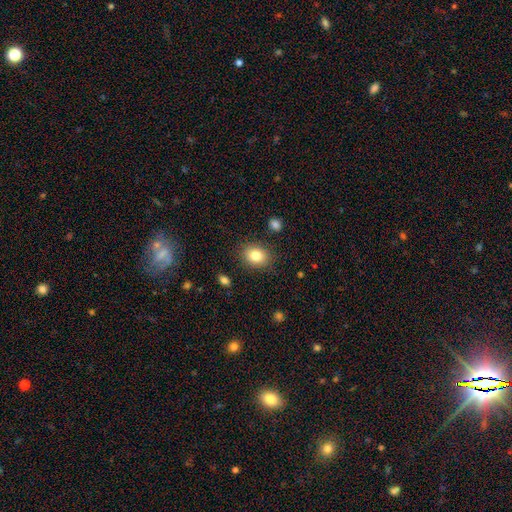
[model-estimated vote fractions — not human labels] smooth-or-featured: smooth: 82% | star or artifact: 9% | featured or disk: 9%
  how-rounded: in between: 51% | round: 48% | cigar-shaped: 1%
  merging: none: 86% | minor disturbance: 9% | major disturbance: 3% | merger: 2%